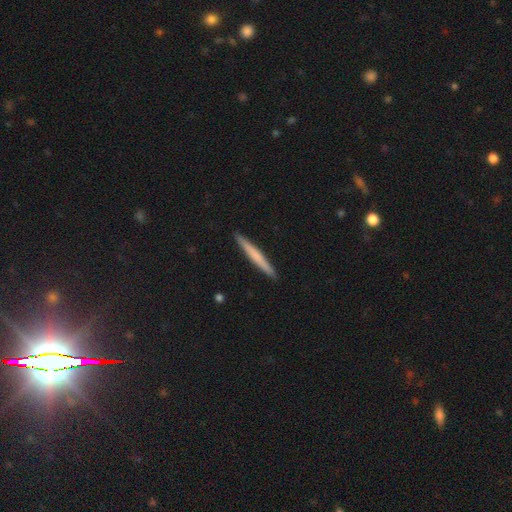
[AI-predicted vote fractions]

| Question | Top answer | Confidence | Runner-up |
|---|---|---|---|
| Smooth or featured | smooth | 62% | featured or disk (32%) |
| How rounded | cigar-shaped | 97% | in between (2%) |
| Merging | none | 93% | minor disturbance (5%) |